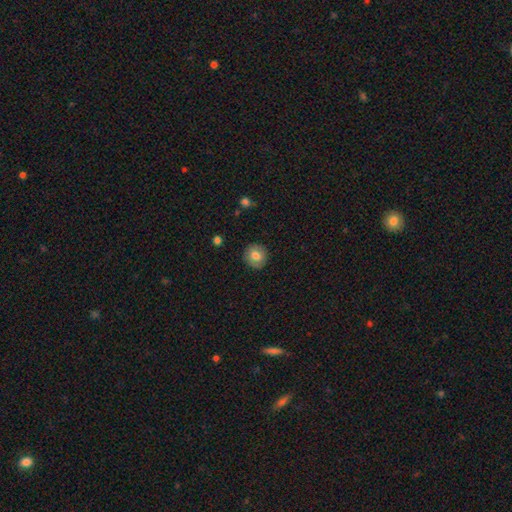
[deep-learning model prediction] A smooth galaxy with no disk features (77%) that is round (91%). Merging: none (89%).